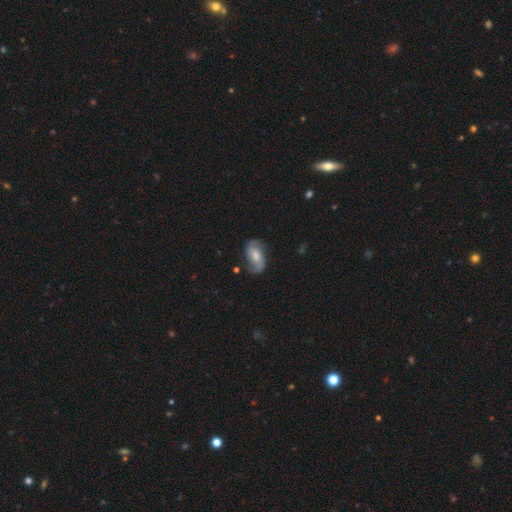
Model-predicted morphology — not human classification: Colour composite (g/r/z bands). It shows a featured or disk galaxy (62%) with no bar (42%), 2 (84%) loose (43%) spiral arms (87%) and a moderate central bulge (55%). Merging: none (67%).